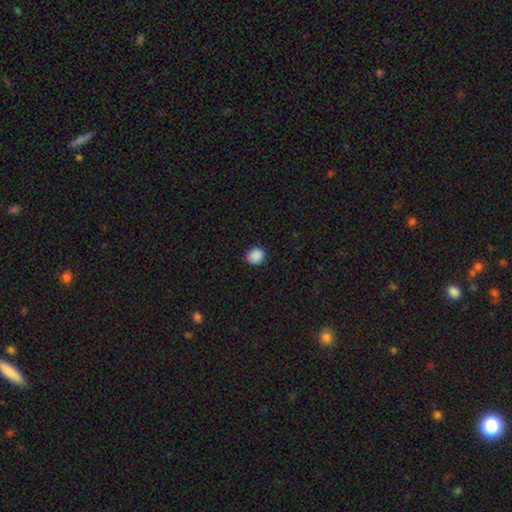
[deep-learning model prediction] Smooth or featured? smooth (89%)
How rounded? round (72%)
Merging? none (87%)